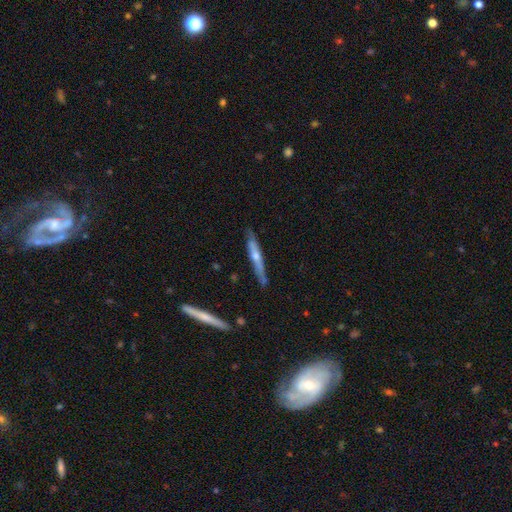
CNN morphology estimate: featured or disk 71%, smooth 19%, star or artifact 10%. Down the decision tree: edge-on disk — yes (89%); edge-on bulge — rounded (73%); merging — none (82%).